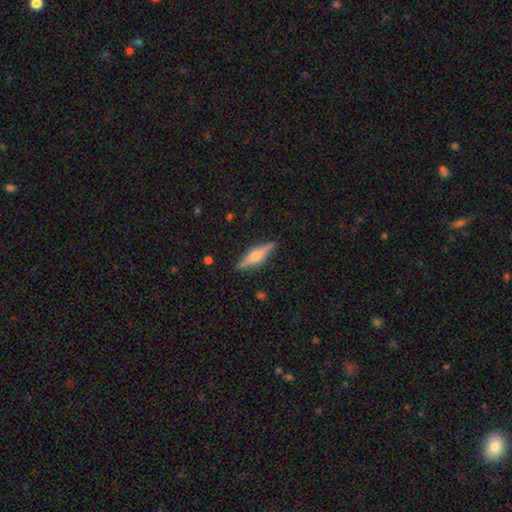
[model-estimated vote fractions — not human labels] Smooth or featured? featured or disk (68%)
Edge-on disk? yes (97%)
Edge-on bulge? rounded (86%)
Merging? none (88%)